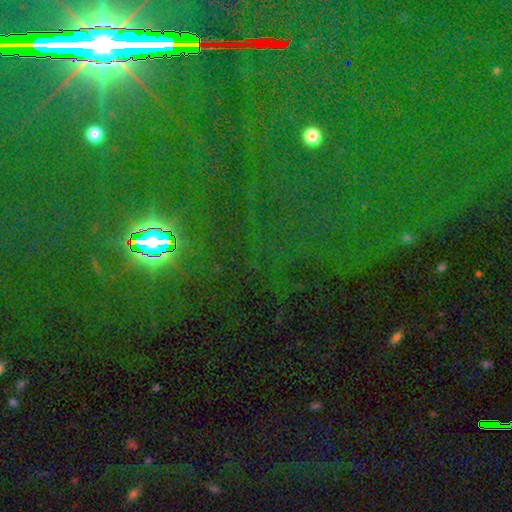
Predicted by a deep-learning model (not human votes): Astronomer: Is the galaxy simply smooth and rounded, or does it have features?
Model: star or artifact — 84%.